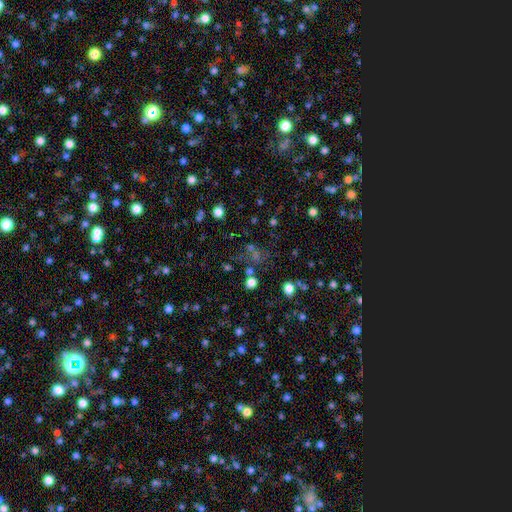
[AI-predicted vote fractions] A star or artifact, not a galaxy (54%).